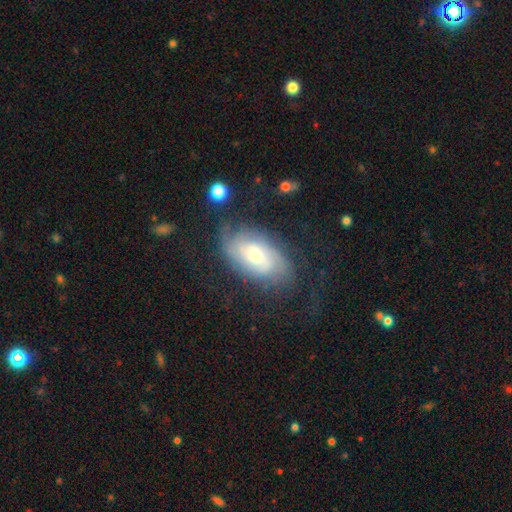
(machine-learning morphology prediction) Smooth or featured? Predicted: featured or disk (p=0.75). Edge-on disk? Predicted: no (p=0.94). Bar? Predicted: no (p=0.55). Spiral arms? Predicted: yes (p=0.93). Spiral winding? Predicted: tight (p=0.57). Spiral arm count? Predicted: can't tell (p=0.37, tied with 2). Bulge size? Predicted: moderate (p=0.56). Merging? Predicted: none (p=0.68).